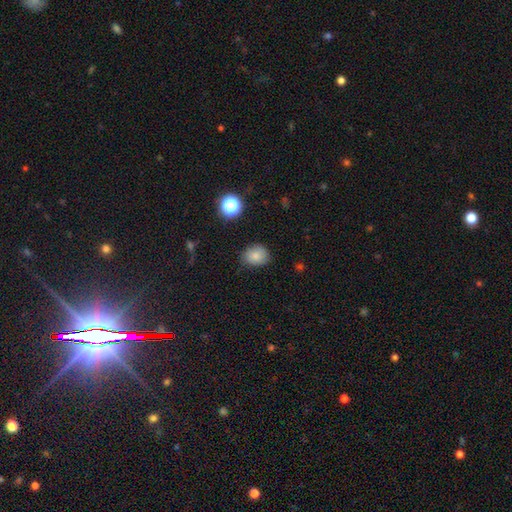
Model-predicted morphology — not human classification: smooth_or_featured: smooth (p=0.81) [alt: star or artifact p=0.11]
how_rounded: round (p=0.54) [alt: in between p=0.45]
merging: none (p=0.73) [alt: minor disturbance p=0.21]